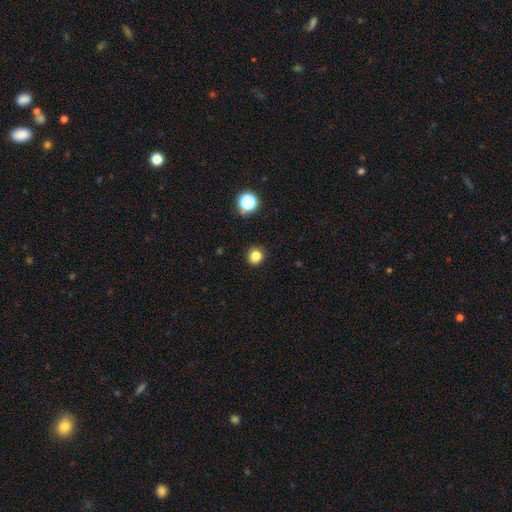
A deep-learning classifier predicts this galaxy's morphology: Smooth or featured: smooth — 81% (star or artifact — 14%)
How rounded: round — 84% (in between — 15%)
Merging: none — 89% (minor disturbance — 8%)